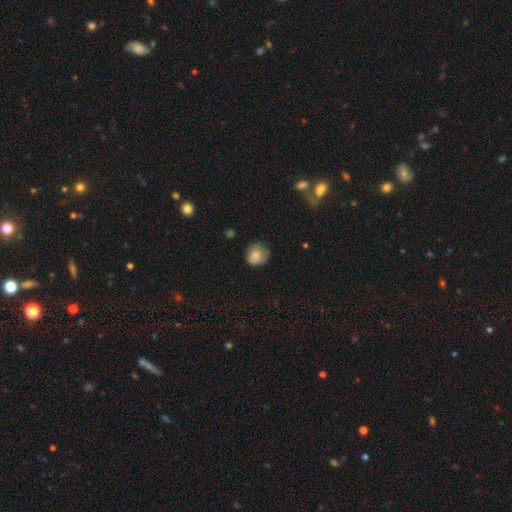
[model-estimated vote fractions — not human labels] Smooth or featured: smooth — 80% (featured or disk — 11%)
How rounded: round — 83% (in between — 16%)
Merging: none — 69% (minor disturbance — 24%)